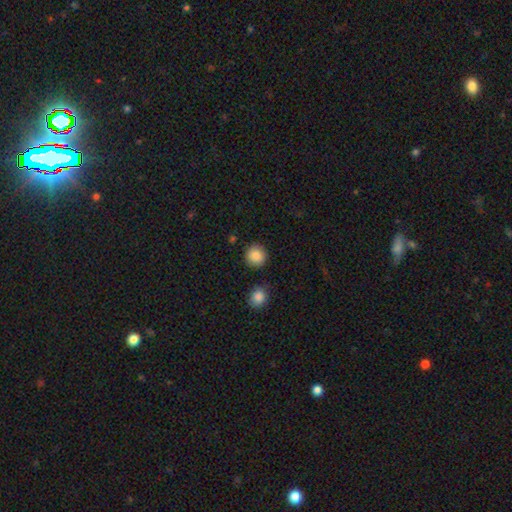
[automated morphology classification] Smooth or featured? Predicted: smooth (p=0.88). How rounded? Predicted: round (p=0.93). Merging? Predicted: none (p=0.89).